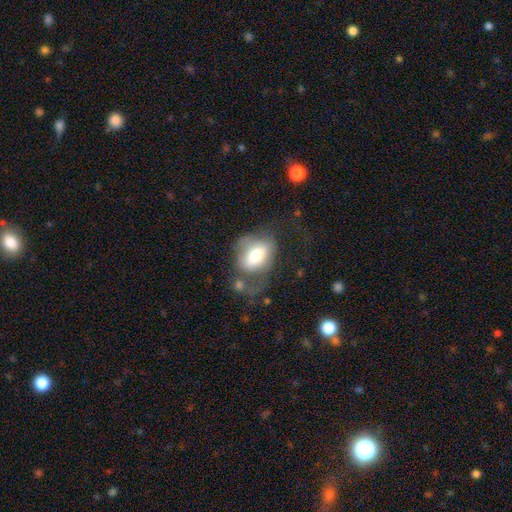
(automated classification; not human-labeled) Q: Smooth or featured?
A: smooth (67%); runner-up: featured or disk (26%)
Q: How rounded?
A: in between (78%); runner-up: round (20%)
Q: Merging?
A: major disturbance (34%); runner-up: none (33%)